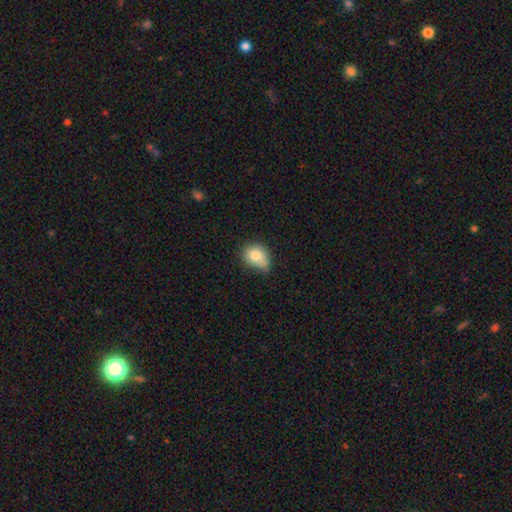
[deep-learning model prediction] The model was most divided on "merging": none: 44%, minor disturbance: 40%, major disturbance: 10%, merger: 6%. More confident: smooth or featured — smooth (80%); how rounded — in between (55%).